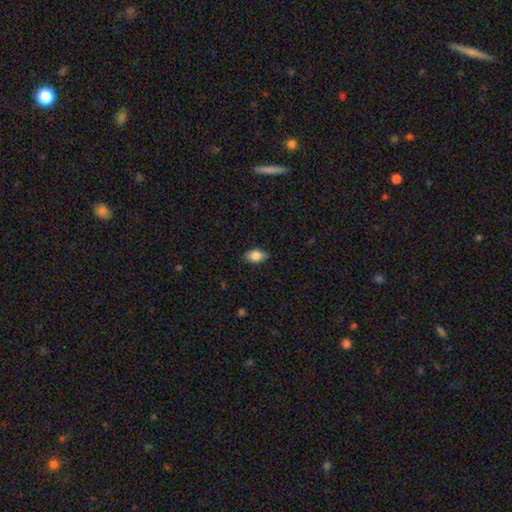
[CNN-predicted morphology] Smooth or featured? Predicted: smooth (p=0.83). How rounded? Predicted: in between (p=0.88). Merging? Predicted: none (p=0.83).